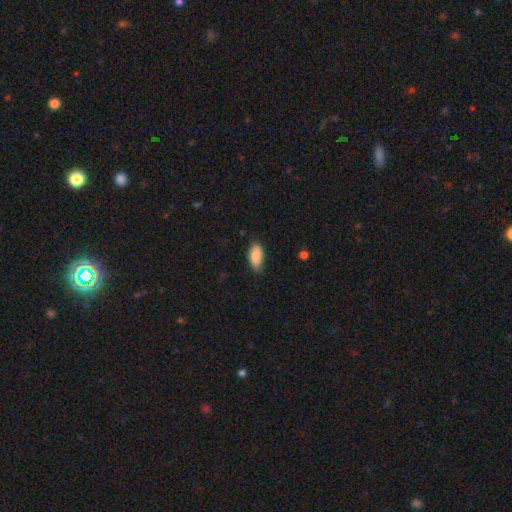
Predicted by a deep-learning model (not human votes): Smooth or featured? Predicted: smooth (p=0.88). How rounded? Predicted: in between (p=0.88). Merging? Predicted: none (p=0.75).